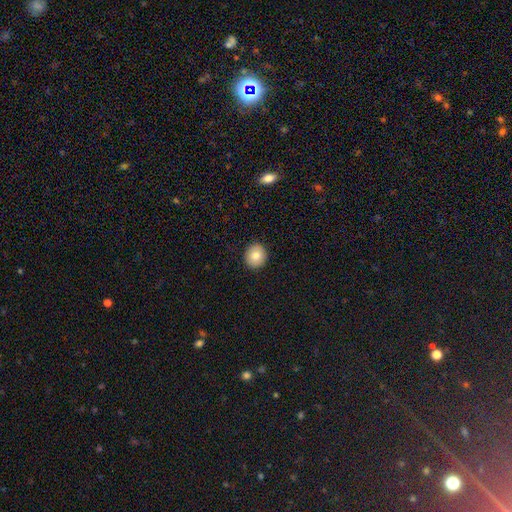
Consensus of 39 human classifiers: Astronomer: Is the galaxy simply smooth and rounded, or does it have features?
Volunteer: smooth — 77%.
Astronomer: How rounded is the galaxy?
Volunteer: round — 97%.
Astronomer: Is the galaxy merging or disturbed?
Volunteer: none — 92%.